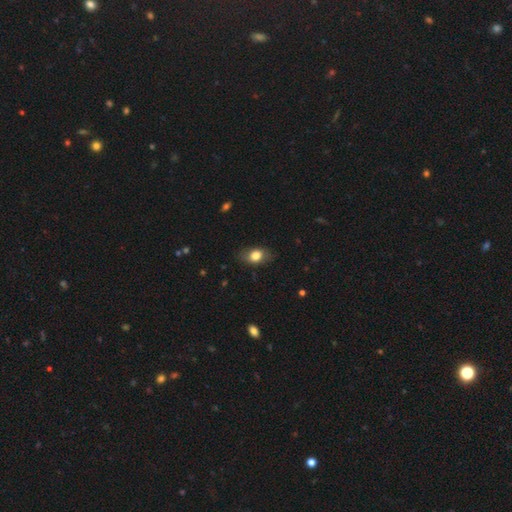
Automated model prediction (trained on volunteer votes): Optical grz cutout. It shows a smooth galaxy with no disk features (78%) that is in between round and cigar-shaped (81%). Merging: none (78%).